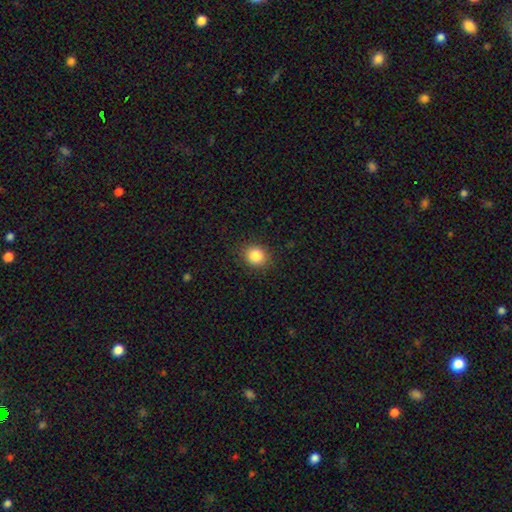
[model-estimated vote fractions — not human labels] This appears to be a smooth galaxy with no disk features (85%) that is round (81%). Merging: none (89%).